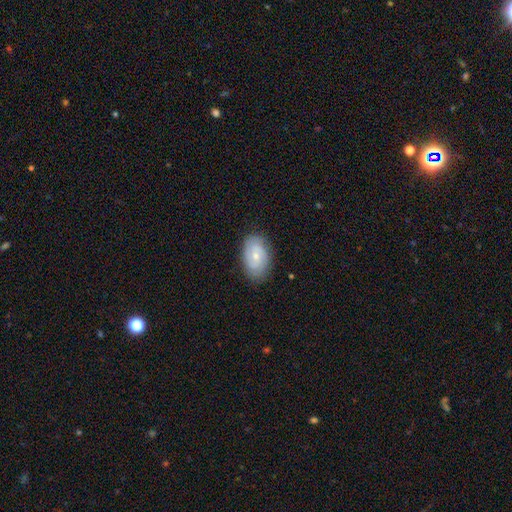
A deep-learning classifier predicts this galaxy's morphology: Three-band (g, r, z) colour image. It shows a featured or disk galaxy (57%) with no bar (60%), spiral arms (87%) and a small central bulge (60%). Merging: none (82%).